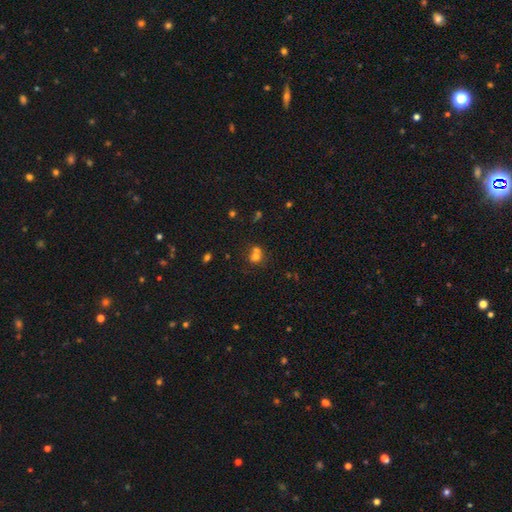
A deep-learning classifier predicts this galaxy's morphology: A smooth galaxy with no disk features (66%) that is round (74%).

Vote fractions:
- Smooth or featured? smooth: 66% / star or artifact: 18% / featured or disk: 16%
- How rounded? round: 74% / in between: 25% / cigar-shaped: 1%
- Merging? merger: 55% / none: 34% / minor disturbance: 7% / major disturbance: 4%